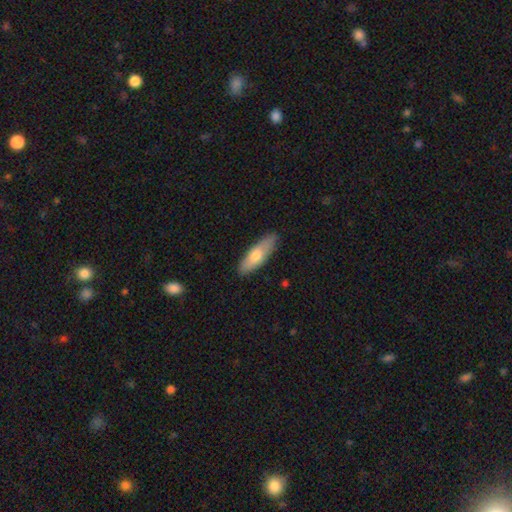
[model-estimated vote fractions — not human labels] This is likely a smooth galaxy (66%). How rounded: possibly in between (51%). Merging: clearly none (84%).